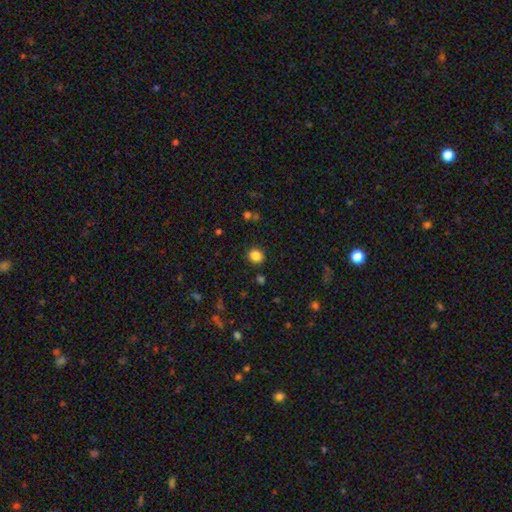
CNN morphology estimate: A smooth galaxy with no disk features (85%) that is round (72%).

Vote fractions:
- Smooth or featured? smooth: 85% / star or artifact: 12% / featured or disk: 4%
- How rounded? round: 72% / in between: 27% / cigar-shaped: 1%
- Merging? none: 89% / minor disturbance: 7% / major disturbance: 2% / merger: 2%